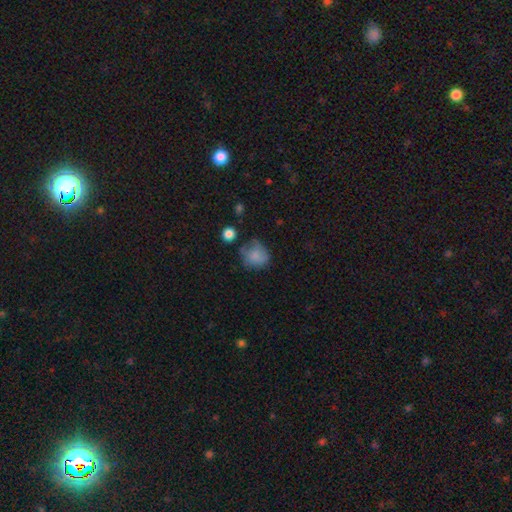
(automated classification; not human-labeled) Q: Smooth or featured?
A: smooth (78%); runner-up: featured or disk (12%)
Q: How rounded?
A: round (79%); runner-up: in between (20%)
Q: Merging?
A: none (53%); runner-up: minor disturbance (29%)